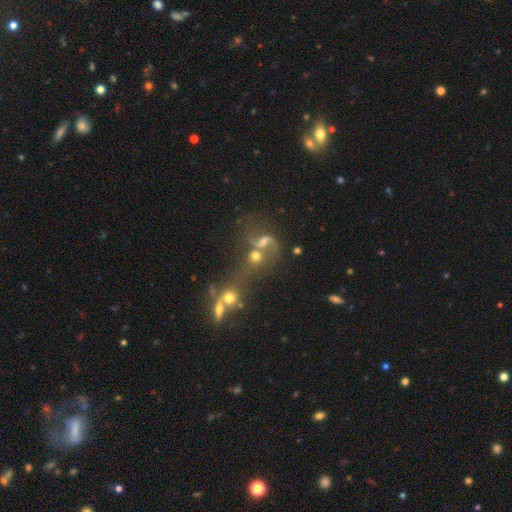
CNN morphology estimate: Smooth or featured?
  - smooth: 38% *
  - star or artifact: 31%
  - featured or disk: 31%
Merging?
  - merger: 65% *
  - none: 19%
  - major disturbance: 9%
  - minor disturbance: 6%